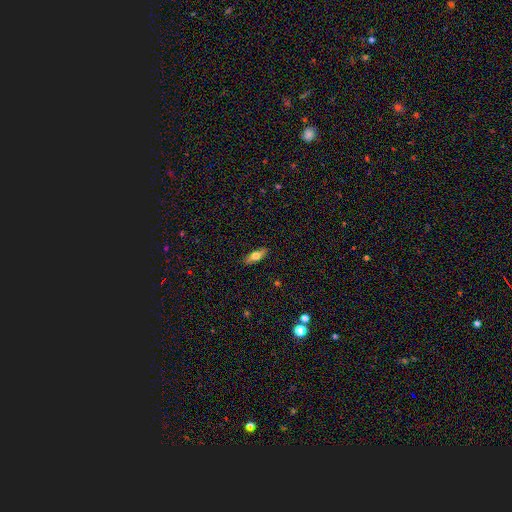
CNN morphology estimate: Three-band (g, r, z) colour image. It shows a smooth galaxy with no disk features (64%) that is in between round and cigar-shaped (64%). Merging: none (87%).